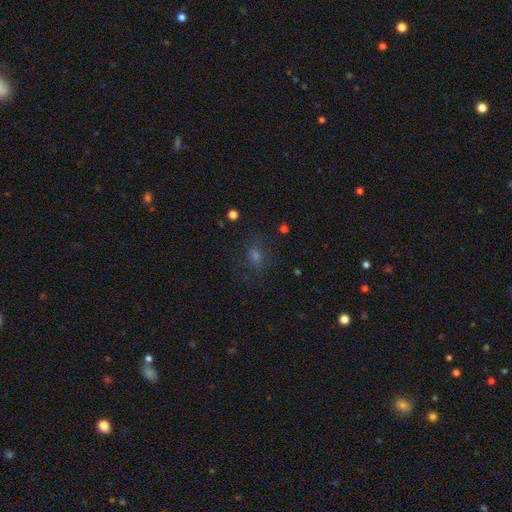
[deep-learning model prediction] A smooth galaxy with no disk features (51%) that is round (51%). Merging: none (77%).